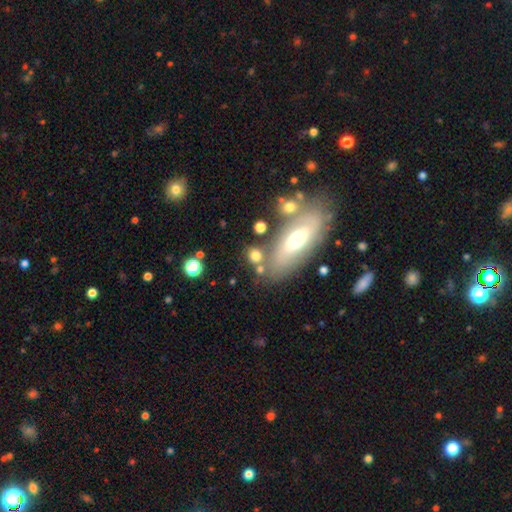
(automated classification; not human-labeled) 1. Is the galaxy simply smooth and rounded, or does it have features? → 70% smooth, 17% featured or disk, 13% star or artifact.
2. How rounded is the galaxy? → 46% round, 44% in between, 10% cigar-shaped.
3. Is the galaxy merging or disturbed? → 61% none, 19% merger, 13% minor disturbance, 7% major disturbance.